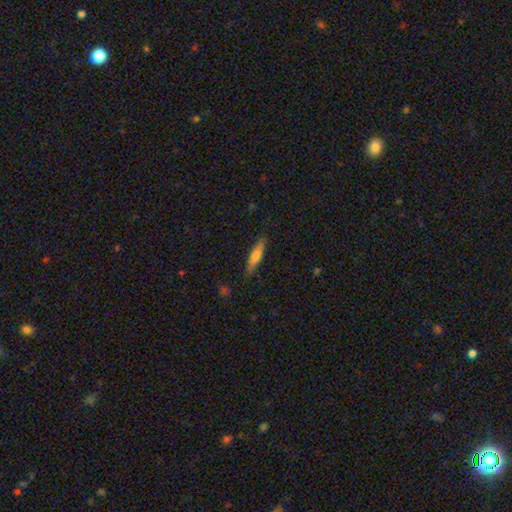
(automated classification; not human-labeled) A smooth galaxy with no disk features (65%) that is cigar-shaped (81%). Merging: none (85%).